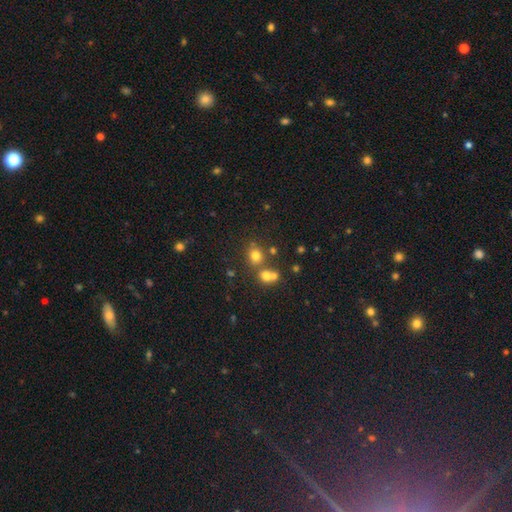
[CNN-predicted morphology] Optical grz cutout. It shows a smooth galaxy with no disk features (72%) that is round (76%). Merging: none (60%).